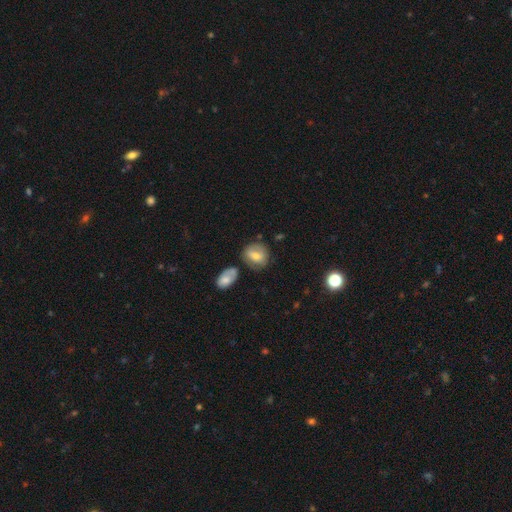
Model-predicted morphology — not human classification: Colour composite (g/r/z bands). It shows a smooth galaxy with no disk features (62%) that is round (54%). Merging: none (62%).